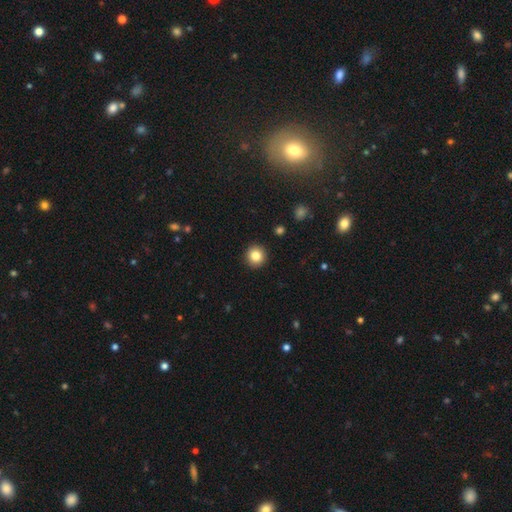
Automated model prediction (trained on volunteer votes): smooth_or_featured: smooth (p=0.83) [alt: star or artifact p=0.10]
how_rounded: round (p=0.94) [alt: in between p=0.05]
merging: none (p=0.93) [alt: minor disturbance p=0.05]